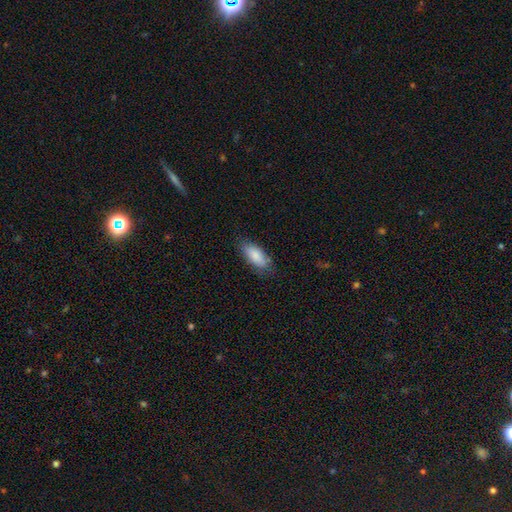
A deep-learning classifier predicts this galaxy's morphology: A smooth galaxy with no disk features (86%) that is in between round and cigar-shaped (81%). Merging: none (76%).